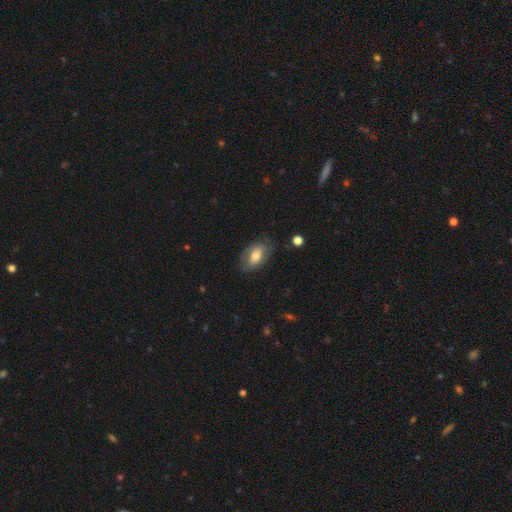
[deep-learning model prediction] smooth-or-featured: smooth: 60% | featured or disk: 33% | star or artifact: 7%
  how-rounded: in between: 89% | round: 9% | cigar-shaped: 2%
  merging: none: 68% | minor disturbance: 22% | major disturbance: 8% | merger: 2%